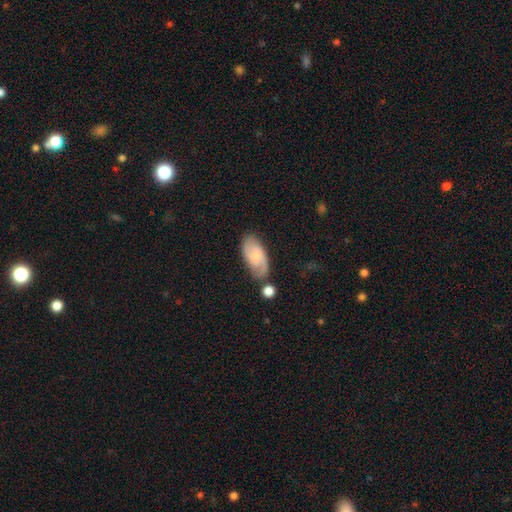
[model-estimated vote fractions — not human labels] Smooth or featured? featured or disk (55%)
Edge-on disk? no (94%)
Bar? no (62%)
Spiral arms? yes (89%)
Bulge size? small (62%)
Merging? none (63%)